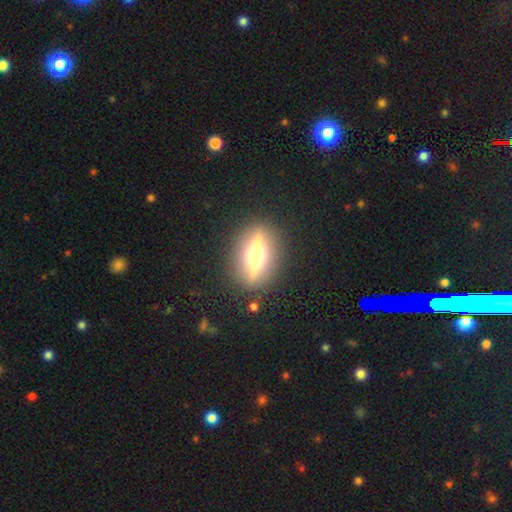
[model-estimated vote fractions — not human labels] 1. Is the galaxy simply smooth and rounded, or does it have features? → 75% featured or disk, 16% smooth, 9% star or artifact.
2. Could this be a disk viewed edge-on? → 89% yes, 11% no.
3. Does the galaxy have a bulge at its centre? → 91% rounded, 6% boxy, 3% none.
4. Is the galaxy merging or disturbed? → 87% none, 7% minor disturbance, 4% major disturbance, 2% merger.